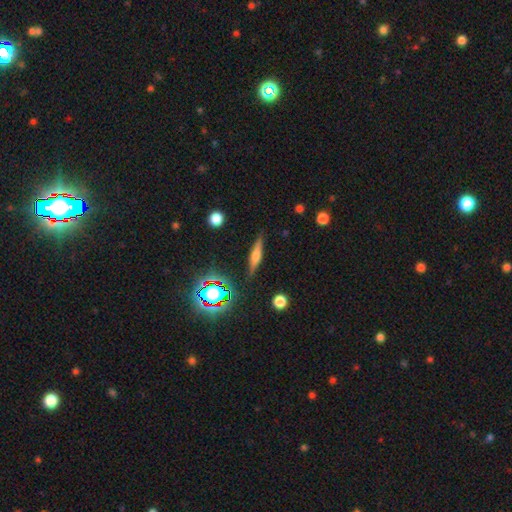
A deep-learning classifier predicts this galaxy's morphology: Smooth or featured: featured or disk — 52% (smooth — 36%)
Edge-on disk: yes — 95% (no — 5%)
Merging: none — 85% (minor disturbance — 10%)